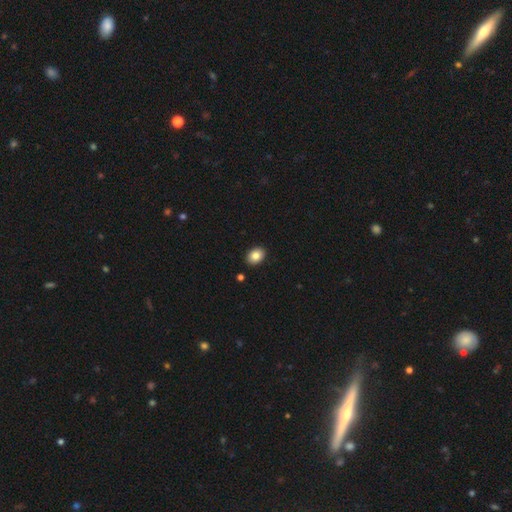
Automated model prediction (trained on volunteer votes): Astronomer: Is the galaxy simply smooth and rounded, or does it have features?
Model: smooth — 85%.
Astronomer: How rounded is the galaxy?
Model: in between — 76%.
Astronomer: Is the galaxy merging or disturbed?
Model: none — 90%.